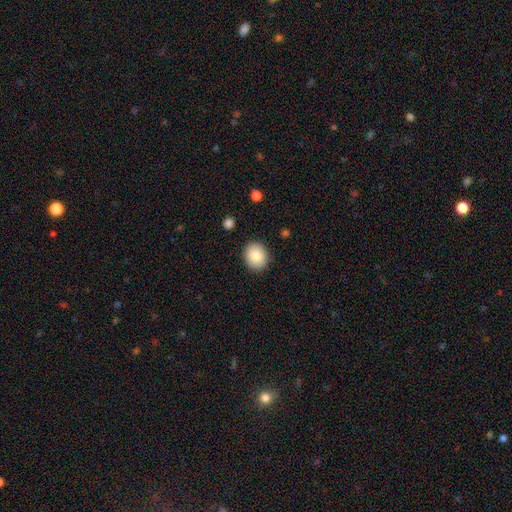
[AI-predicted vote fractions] Q: Smooth or featured?
A: smooth (83%); runner-up: featured or disk (9%)
Q: How rounded?
A: round (65%); runner-up: in between (35%)
Q: Merging?
A: none (89%); runner-up: minor disturbance (8%)